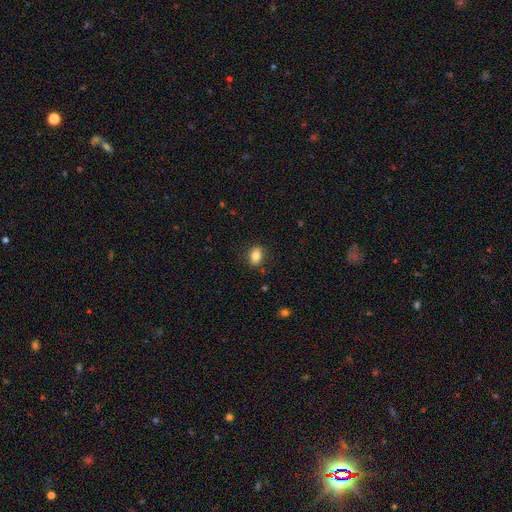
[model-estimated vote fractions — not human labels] A smooth galaxy with no disk features (81%) that is in between round and cigar-shaped (72%). Merging: none (85%).